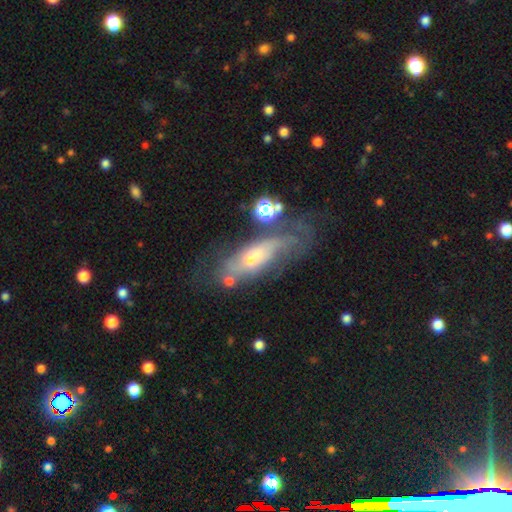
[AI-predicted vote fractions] Smooth or featured? Predicted: featured or disk (p=0.62). Edge-on disk? Predicted: no (p=0.74). Merging? Predicted: none (p=0.44).